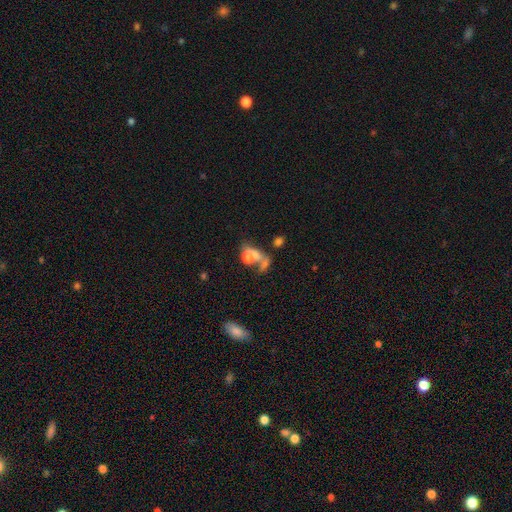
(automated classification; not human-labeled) smooth 60%, featured or disk 27%, star or artifact 12%. Down the decision tree: how rounded — in between (57%); merging — merger (52%).